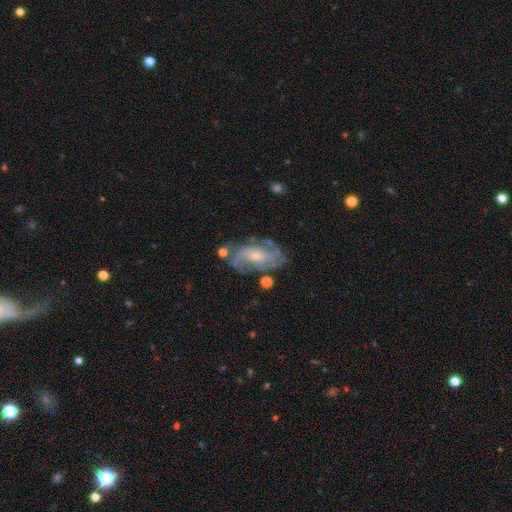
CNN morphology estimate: This is clearly a featured or disk galaxy (82%). It is clearly not viewed edge-on (95%). Bar: possibly no (58%). Spiral arm pattern: clearly yes (93%). Spiral arm count: marginally 2 (34%). Spiral winding: marginally tight (42%, tied with medium). Central bulge: likely small (67%). Merging: likely none (67%).